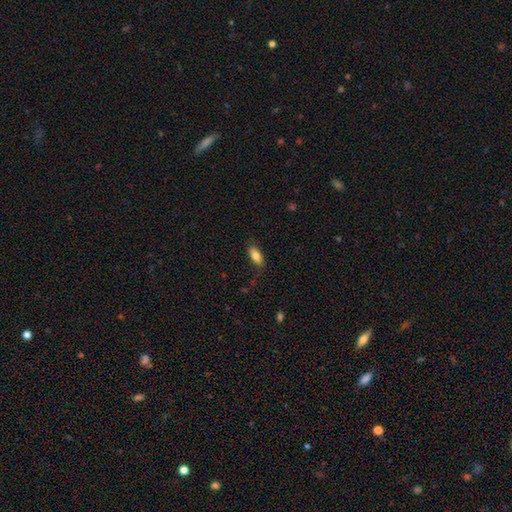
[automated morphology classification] A smooth galaxy with no disk features (83%) that is in between round and cigar-shaped (86%).

Vote fractions:
- Smooth or featured? smooth: 83% / featured or disk: 10% / star or artifact: 7%
- How rounded? in between: 86% / cigar-shaped: 12% / round: 3%
- Merging? none: 79% / minor disturbance: 15% / major disturbance: 4% / merger: 1%